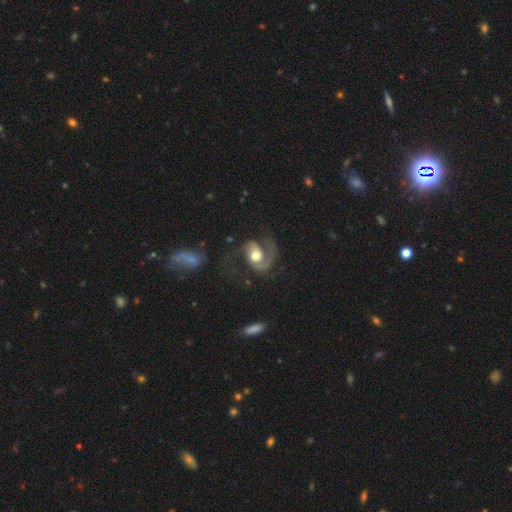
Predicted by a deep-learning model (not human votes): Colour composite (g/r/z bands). It shows a featured or disk galaxy (83%) with no bar (58%), 2 (69%) medium (50%) spiral arms (95%) and a moderate central bulge (67%). Merging: none (54%).